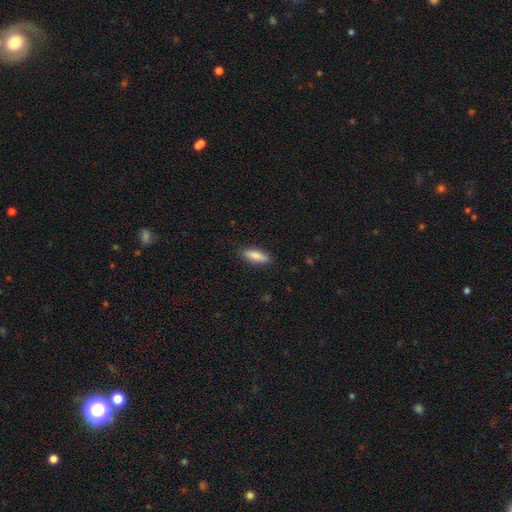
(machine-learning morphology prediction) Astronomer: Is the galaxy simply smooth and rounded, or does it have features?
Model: smooth — 83%.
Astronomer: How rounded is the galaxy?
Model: in between — 57% (runner-up: cigar-shaped, 41%).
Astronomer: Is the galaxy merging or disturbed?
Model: none — 87%.